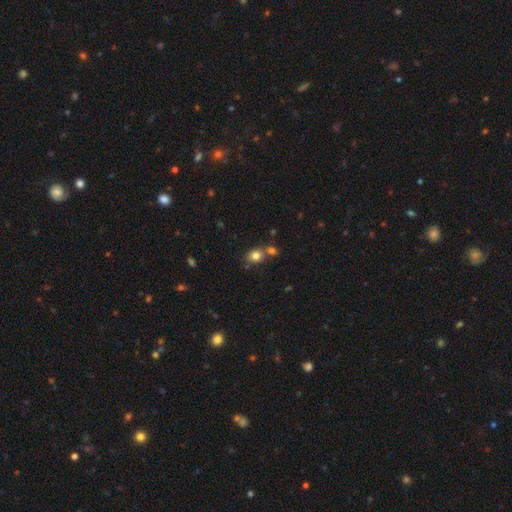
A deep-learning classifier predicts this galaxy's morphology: Q: Smooth or featured?
A: smooth (79%); runner-up: star or artifact (12%)
Q: How rounded?
A: round (62%); runner-up: in between (37%)
Q: Merging?
A: none (58%); runner-up: merger (28%)